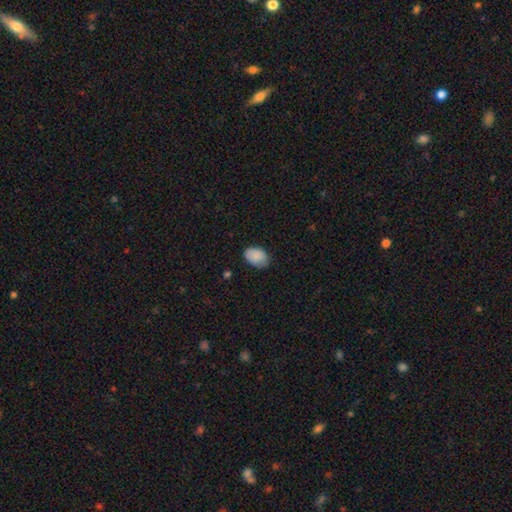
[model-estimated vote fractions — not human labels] Q: Smooth or featured?
A: smooth (87%); runner-up: star or artifact (7%)
Q: How rounded?
A: in between (86%); runner-up: round (13%)
Q: Merging?
A: none (75%); runner-up: minor disturbance (20%)